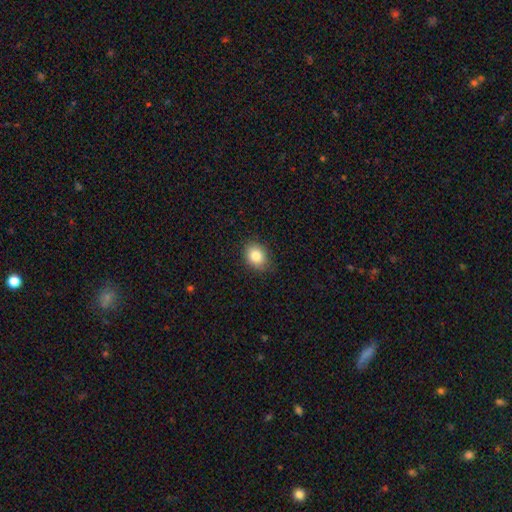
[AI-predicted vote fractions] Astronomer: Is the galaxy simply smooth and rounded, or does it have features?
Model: smooth — 83%.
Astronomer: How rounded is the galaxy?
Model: in between — 53% (runner-up: round, 46%).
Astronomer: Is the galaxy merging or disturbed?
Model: none — 86%.